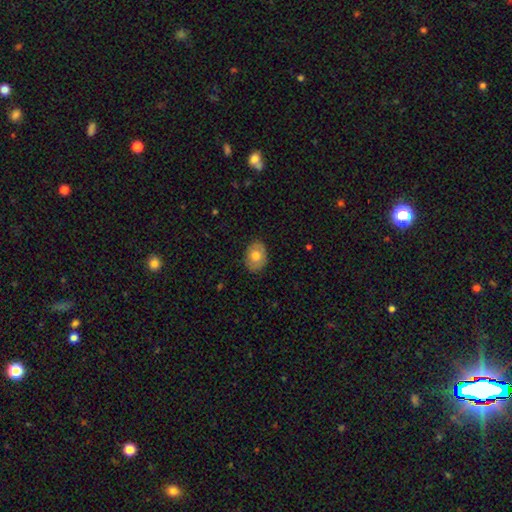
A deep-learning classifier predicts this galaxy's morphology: smooth 71%, featured or disk 22%, star or artifact 7%. Down the decision tree: how rounded — in between (70%); merging — none (85%).